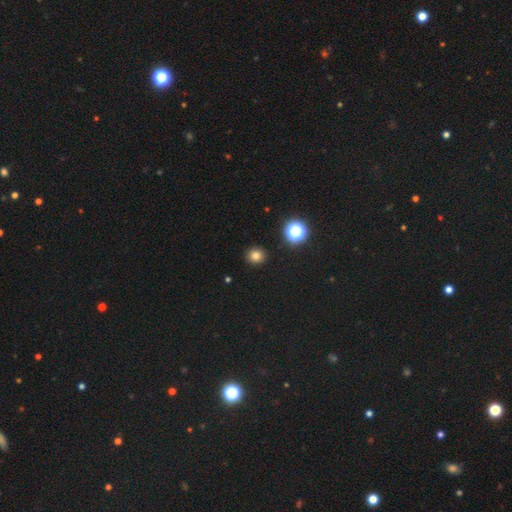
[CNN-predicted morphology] The model was most divided on "smooth or featured": smooth: 78%, star or artifact: 16%, featured or disk: 5%. More confident: merging — none (91%); how rounded — round (90%).